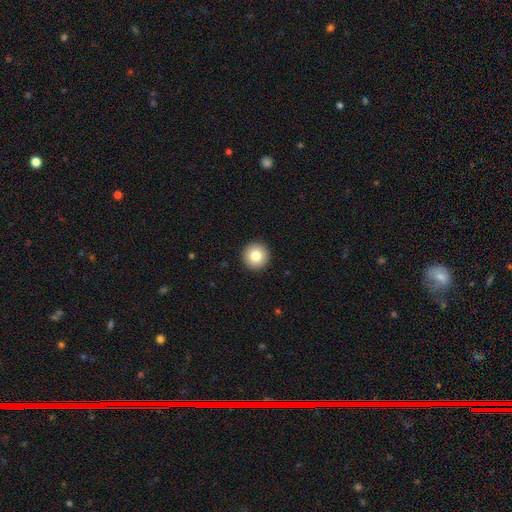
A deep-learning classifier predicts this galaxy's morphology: This appears to be a smooth galaxy with no disk features (81%) that is round (96%). Merging: none (93%).